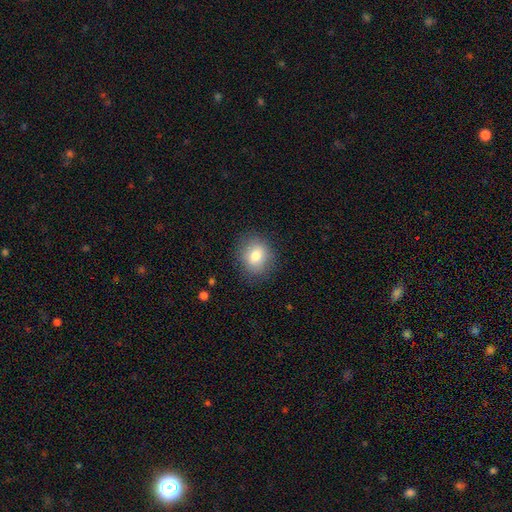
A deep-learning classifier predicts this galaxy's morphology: A smooth galaxy with no disk features (78%) that is round (65%). Merging: none (84%).